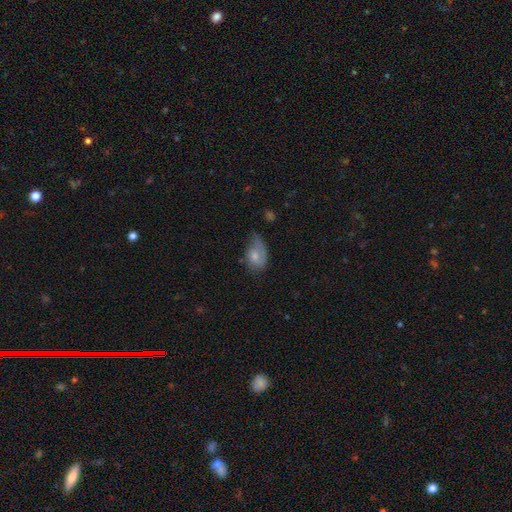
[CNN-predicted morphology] Q: Smooth or featured?
A: smooth (54%); runner-up: featured or disk (38%)
Q: How rounded?
A: in between (87%); runner-up: round (11%)
Q: Merging?
A: minor disturbance (35%); tied with: none (35%)